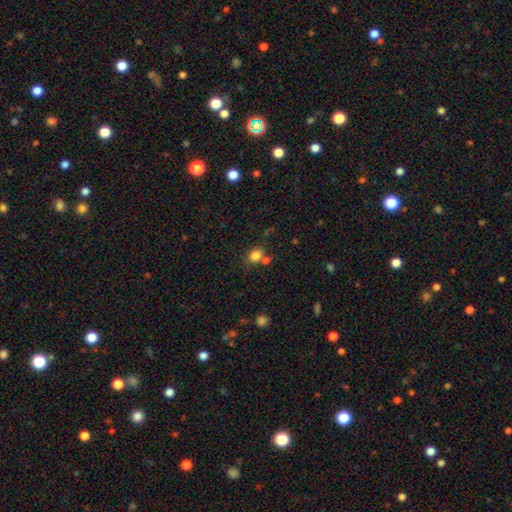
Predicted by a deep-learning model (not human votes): smooth_or_featured: smooth (p=0.81) [alt: star or artifact p=0.12]
how_rounded: round (p=0.51) [alt: in between p=0.48]
merging: none (p=0.59) [alt: merger p=0.23]